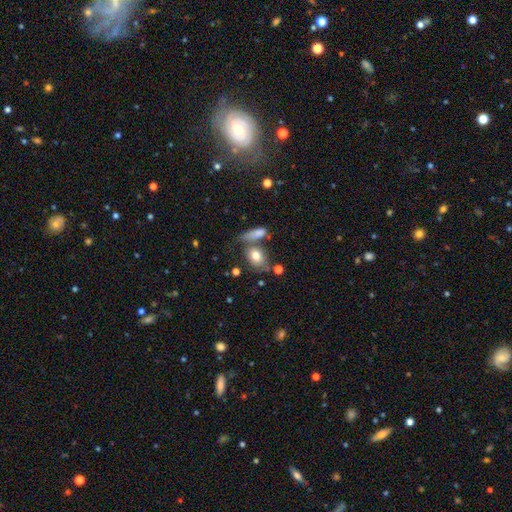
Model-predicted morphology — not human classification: Smooth or featured?
  - smooth: 76% *
  - featured or disk: 16%
  - star or artifact: 8%
How rounded?
  - in between: 72% *
  - round: 24%
  - cigar-shaped: 3%
Merging?
  - none: 53% *
  - merger: 24%
  - minor disturbance: 16%
  - major disturbance: 7%